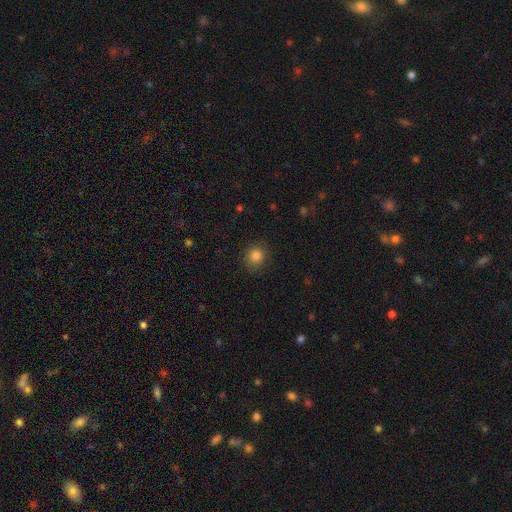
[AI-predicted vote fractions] A smooth galaxy with no disk features (84%) that is round (83%).

Vote fractions:
- Smooth or featured? smooth: 84% / star or artifact: 11% / featured or disk: 5%
- How rounded? round: 83% / in between: 16% / cigar-shaped: 1%
- Merging? none: 85% / minor disturbance: 11% / major disturbance: 3% / merger: 1%